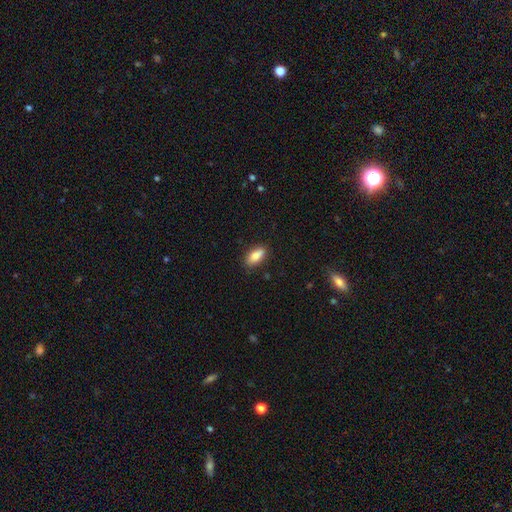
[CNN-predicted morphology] Smooth or featured?
  - smooth: 83% *
  - featured or disk: 10%
  - star or artifact: 7%
How rounded?
  - in between: 82% *
  - cigar-shaped: 15%
  - round: 3%
Merging?
  - none: 84% *
  - minor disturbance: 12%
  - major disturbance: 2%
  - merger: 1%